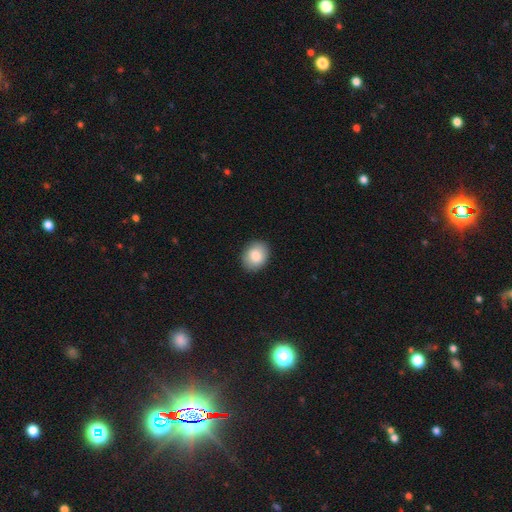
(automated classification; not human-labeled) Smooth or featured: smooth — 85% (featured or disk — 8%)
How rounded: in between — 56% (round — 43%)
Merging: none — 89% (minor disturbance — 8%)